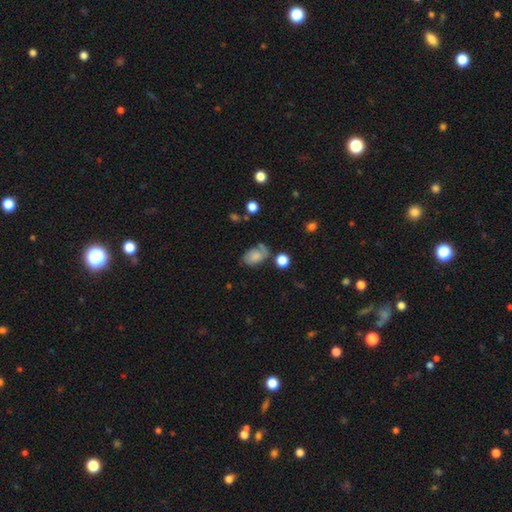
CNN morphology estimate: A smooth galaxy with no disk features (56%) that is in between round and cigar-shaped (84%). Merging: none (45%).